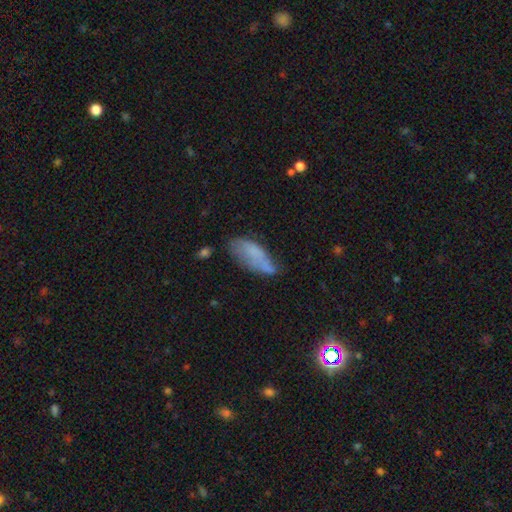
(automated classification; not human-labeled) Smooth or featured? Predicted: smooth (p=0.65). How rounded? Predicted: in between (p=0.76). Merging? Predicted: none (p=0.42).